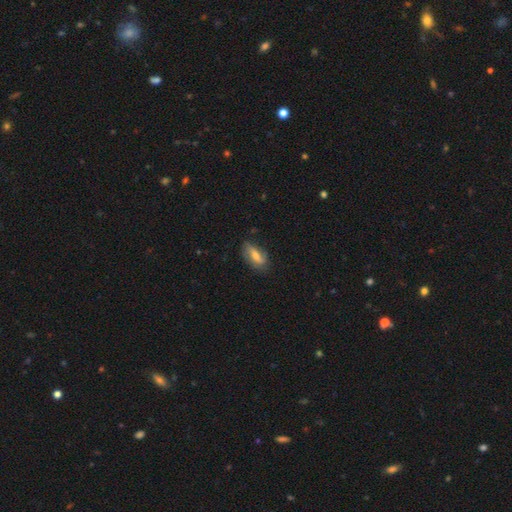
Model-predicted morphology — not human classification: smooth_or_featured: featured or disk (p=0.46) [alt: smooth p=0.45]
merging: none (p=0.73) [alt: minor disturbance p=0.21]